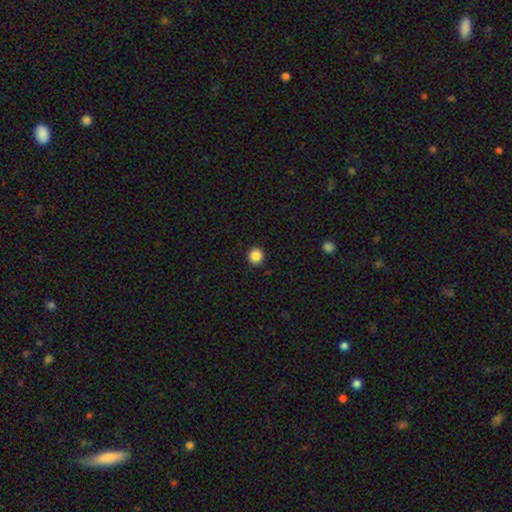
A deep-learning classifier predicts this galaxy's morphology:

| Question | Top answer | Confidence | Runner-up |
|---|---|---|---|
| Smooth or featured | smooth | 87% | star or artifact (11%) |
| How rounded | round | 95% | in between (4%) |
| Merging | none | 93% | minor disturbance (4%) |